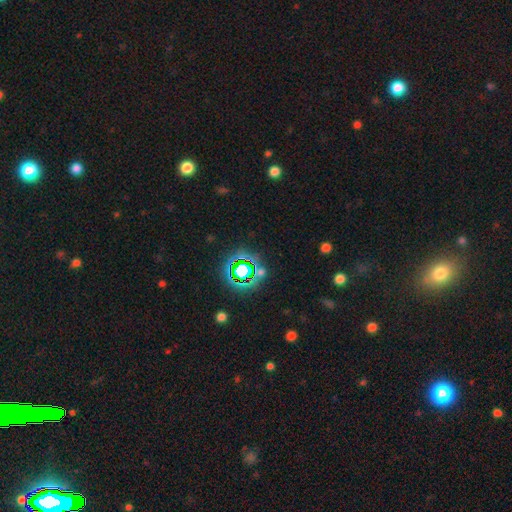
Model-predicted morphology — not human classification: type=star or artifact (64%).